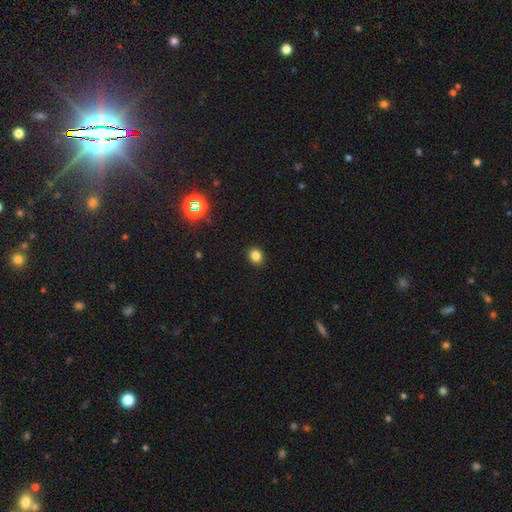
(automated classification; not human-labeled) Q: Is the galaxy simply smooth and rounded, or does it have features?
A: smooth — 82%.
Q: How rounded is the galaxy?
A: round — 74%.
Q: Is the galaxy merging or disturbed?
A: none — 90%.